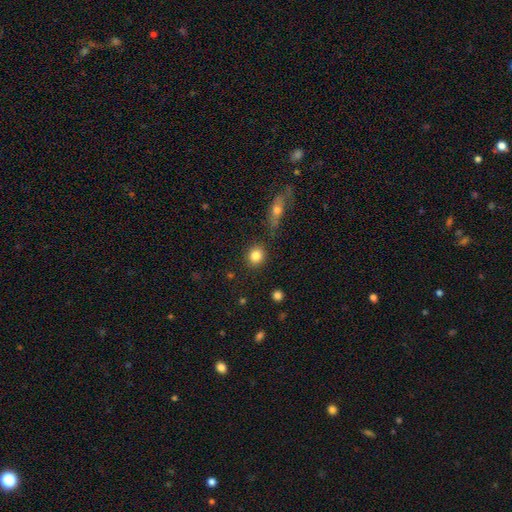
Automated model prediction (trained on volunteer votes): The model was most divided on "how rounded": round: 79%, in between: 19%, cigar-shaped: 1%. More confident: merging — none (87%); smooth or featured — smooth (84%).